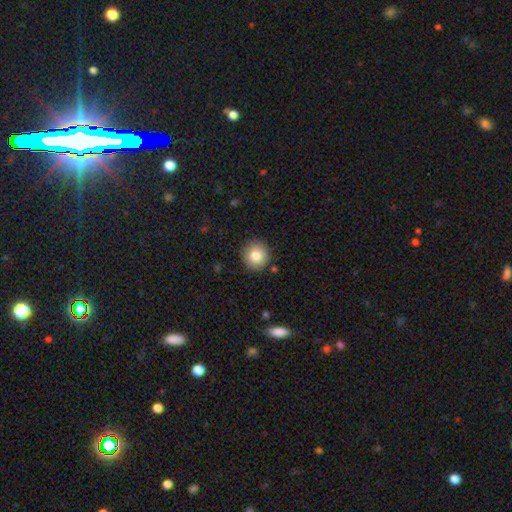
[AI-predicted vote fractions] This is clearly a smooth galaxy (81%). How rounded: clearly round (92%). Merging: clearly none (90%).